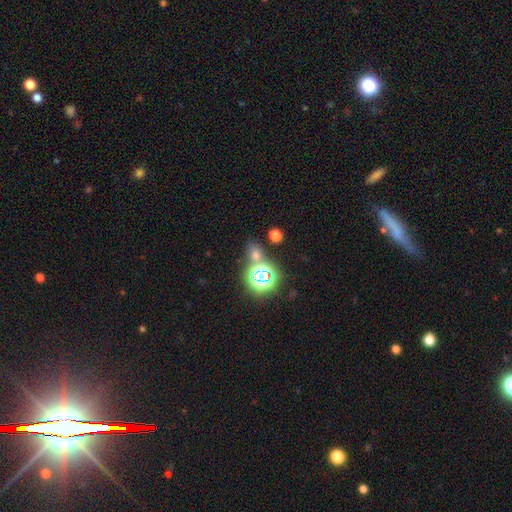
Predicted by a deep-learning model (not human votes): A star or artifact, not a galaxy (49%).

Vote fractions:
- Smooth or featured? star or artifact: 49% / smooth: 42% / featured or disk: 9%